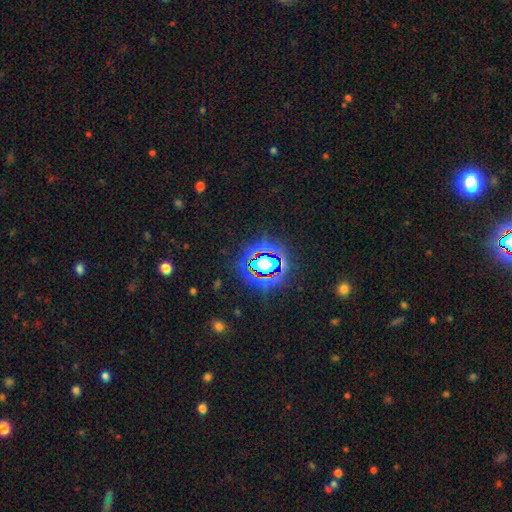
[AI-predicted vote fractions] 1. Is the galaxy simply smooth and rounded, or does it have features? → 81% star or artifact, 12% smooth, 7% featured or disk.